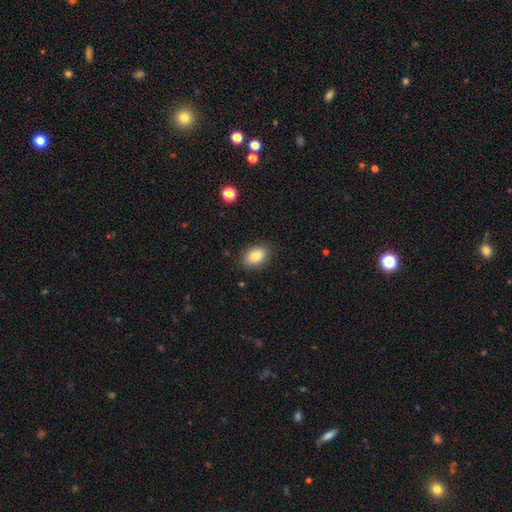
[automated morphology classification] This is clearly a smooth galaxy (82%). How rounded: clearly in between (81%). Merging: clearly none (86%).